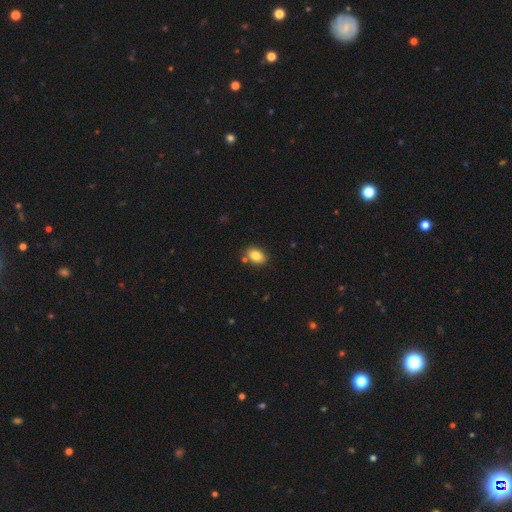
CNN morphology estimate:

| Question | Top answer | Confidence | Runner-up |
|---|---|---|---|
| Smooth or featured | smooth | 84% | star or artifact (9%) |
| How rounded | in between | 82% | round (17%) |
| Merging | none | 79% | minor disturbance (11%) |